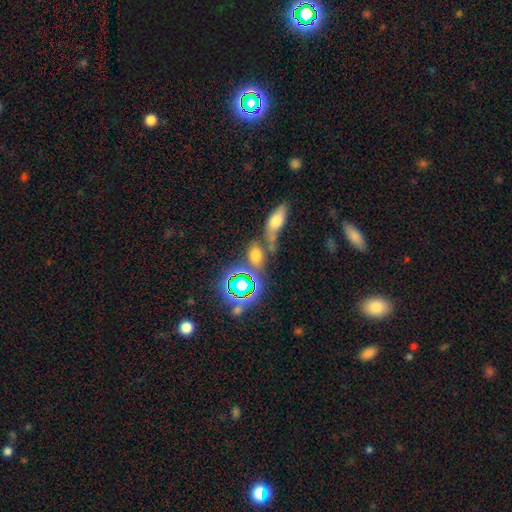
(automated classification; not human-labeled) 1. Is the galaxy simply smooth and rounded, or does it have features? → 57% smooth, 29% star or artifact, 14% featured or disk.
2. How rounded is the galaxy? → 72% in between, 21% round, 7% cigar-shaped.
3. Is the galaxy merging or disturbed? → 45% none, 37% merger, 11% minor disturbance, 7% major disturbance.